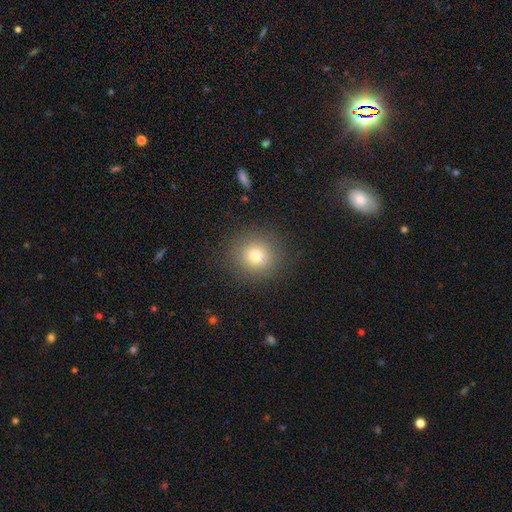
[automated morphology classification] The model was most divided on "smooth or featured": smooth: 76%, star or artifact: 14%, featured or disk: 10%. More confident: how rounded — round (90%); merging — none (88%).